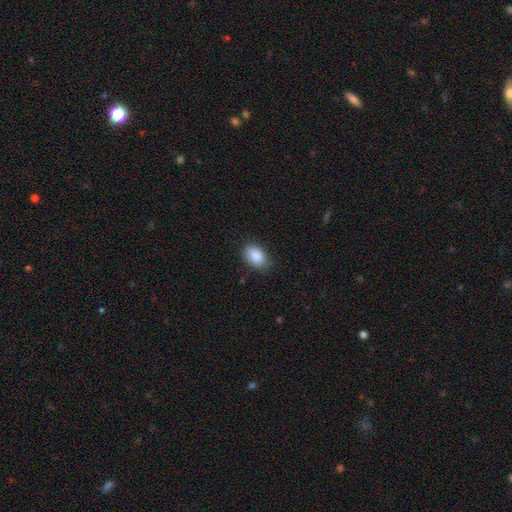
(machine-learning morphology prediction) A smooth galaxy with no disk features (88%) that is in between round and cigar-shaped (88%).

Vote fractions:
- Smooth or featured? smooth: 88% / star or artifact: 7% / featured or disk: 5%
- How rounded? in between: 88% / round: 11% / cigar-shaped: 1%
- Merging? none: 81% / minor disturbance: 15% / major disturbance: 3% / merger: 1%